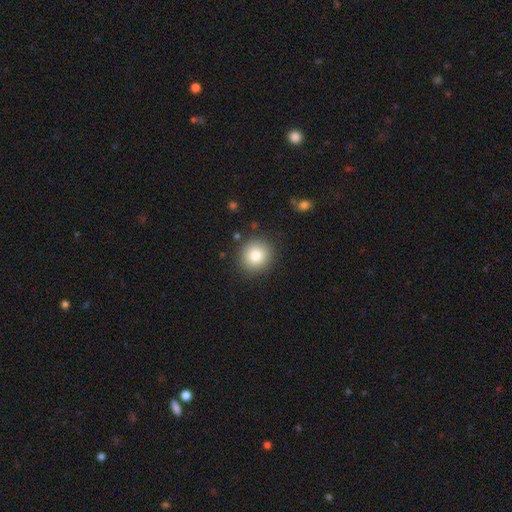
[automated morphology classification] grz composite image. It shows a smooth galaxy with no disk features (82%) that is round (91%). Merging: none (89%).